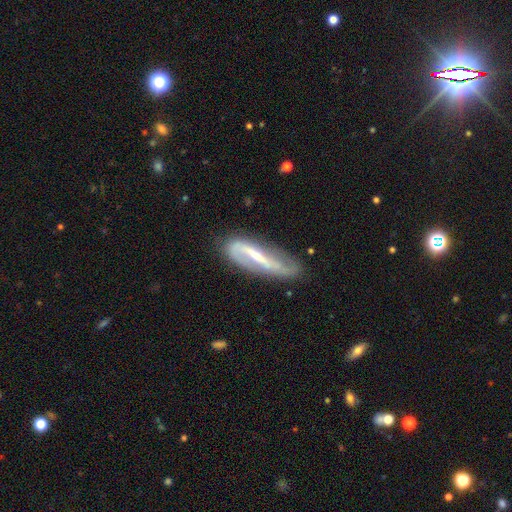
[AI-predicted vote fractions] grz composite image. It shows a featured or disk galaxy (75%) with a strong bar (61%), spiral arms (83%) and a small central bulge (50%). Merging: none (65%).